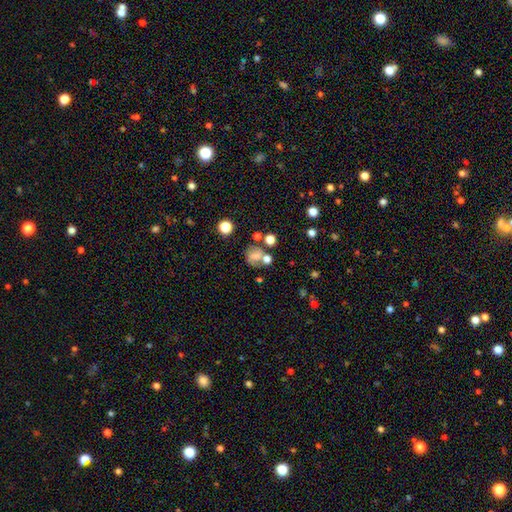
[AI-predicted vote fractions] smooth-or-featured: smooth: 51% | featured or disk: 33% | star or artifact: 15%
  how-rounded: round: 73% | in between: 26% | cigar-shaped: 1%
  merging: none: 49% | merger: 22% | minor disturbance: 18% | major disturbance: 11%